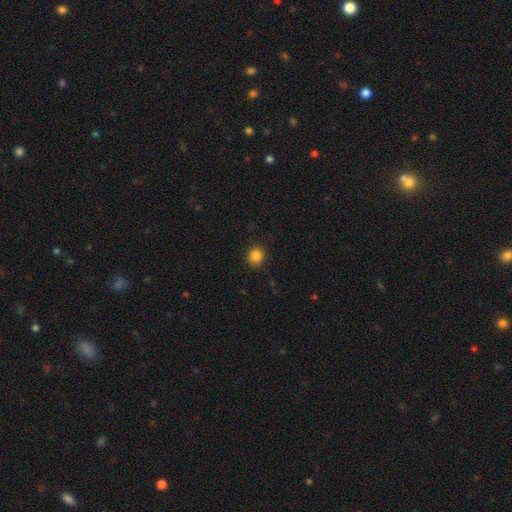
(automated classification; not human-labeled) smooth-or-featured: smooth: 84% | star or artifact: 11% | featured or disk: 4%
  how-rounded: round: 88% | in between: 11% | cigar-shaped: 1%
  merging: none: 90% | minor disturbance: 7% | major disturbance: 2% | merger: 1%